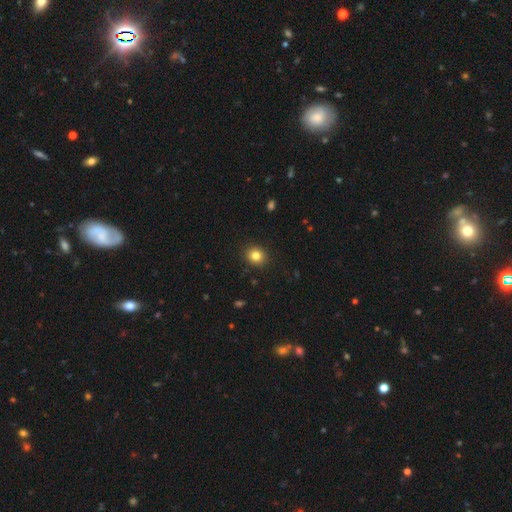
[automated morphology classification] A smooth galaxy with no disk features (82%) that is round (78%).

Vote fractions:
- Smooth or featured? smooth: 82% / star or artifact: 12% / featured or disk: 6%
- How rounded? round: 78% / in between: 21% / cigar-shaped: 1%
- Merging? none: 91% / minor disturbance: 6% / major disturbance: 2% / merger: 1%